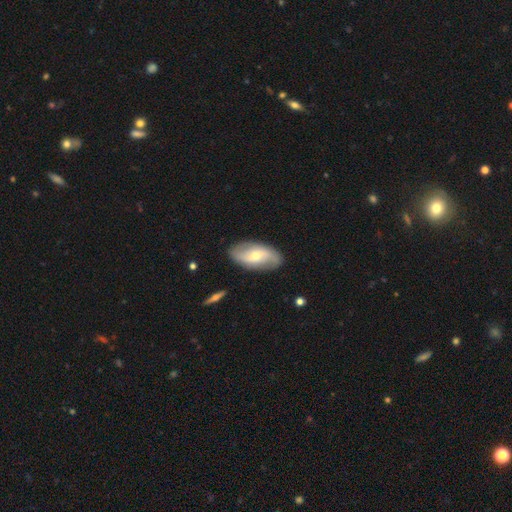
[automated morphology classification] Overall: featured or disk (59%; smooth 35%). Edge-on disk: no (91%). Bar: no (46%; weak 39%). Spiral arms: yes (77%). Bulge size: moderate (50%; small 45%). Merging: none (83%).